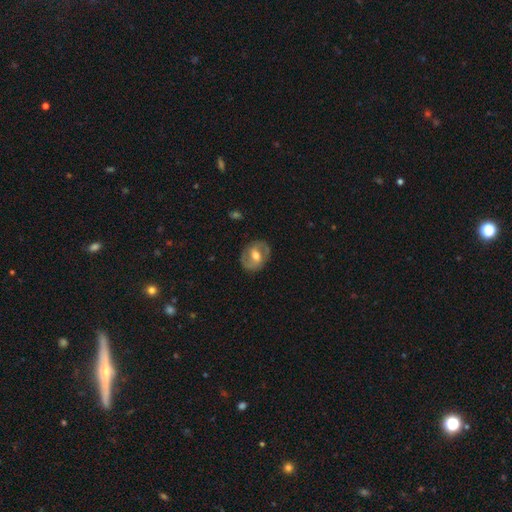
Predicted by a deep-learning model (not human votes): Morphology: type=featured or disk (66%); edge-on=no (96%); bar=weak (47%); spiral arms=yes (74%); bulge=moderate (75%); merging=none (82%).